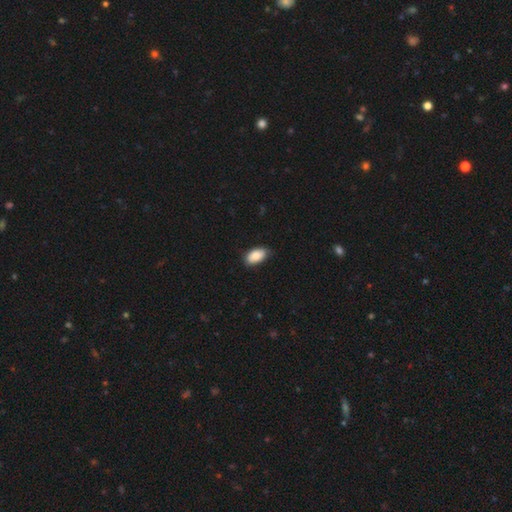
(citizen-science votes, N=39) A smooth galaxy with no disk features (87%) that is in between round and cigar-shaped (97%). Merging: none (78%).